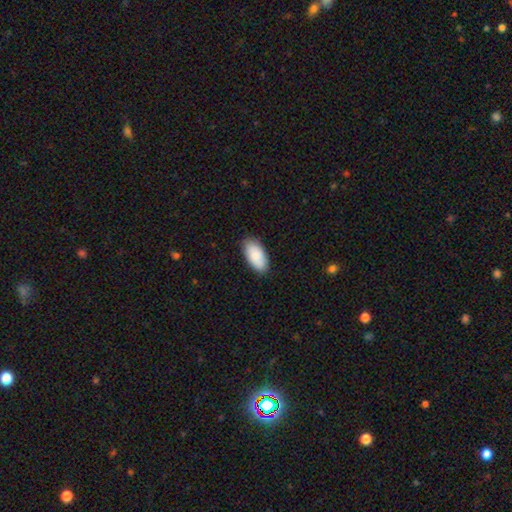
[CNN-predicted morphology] A smooth galaxy with no disk features (87%) that is in between round and cigar-shaped (95%). Merging: none (84%).